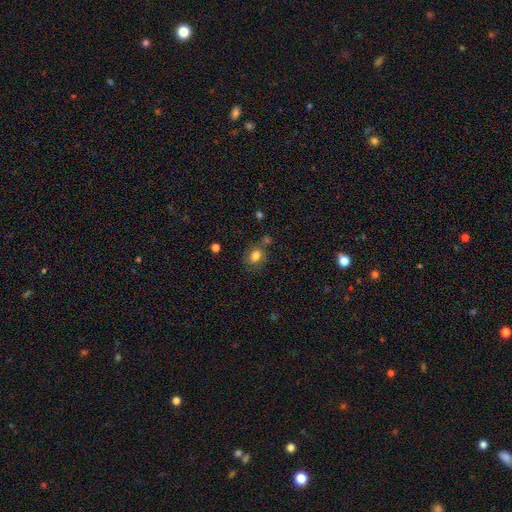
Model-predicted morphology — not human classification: Smooth or featured: smooth — 80% (star or artifact — 11%)
How rounded: in between — 59% (round — 40%)
Merging: none — 65% (minor disturbance — 17%)